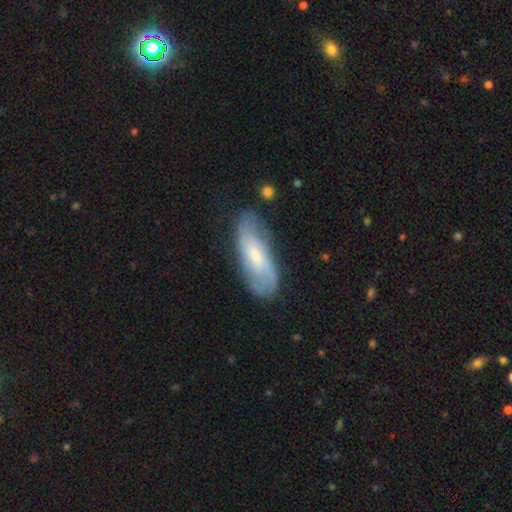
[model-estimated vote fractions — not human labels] Smooth or featured: featured or disk — 57% (smooth — 36%)
Edge-on disk: no — 85% (yes — 15%)
Merging: none — 74% (minor disturbance — 19%)